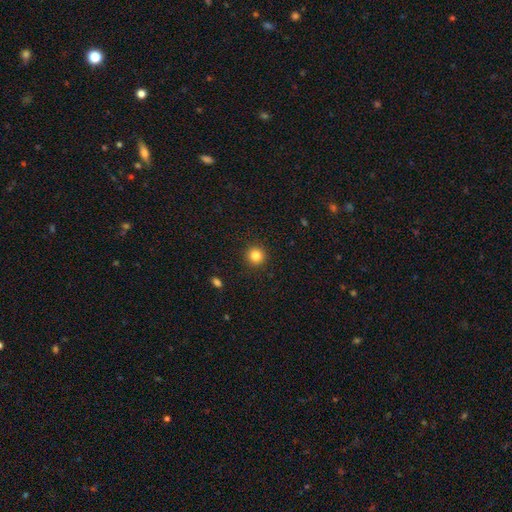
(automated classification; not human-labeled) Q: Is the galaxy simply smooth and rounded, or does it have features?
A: smooth — 84%.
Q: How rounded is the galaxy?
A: round — 94%.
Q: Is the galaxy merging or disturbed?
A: none — 92%.